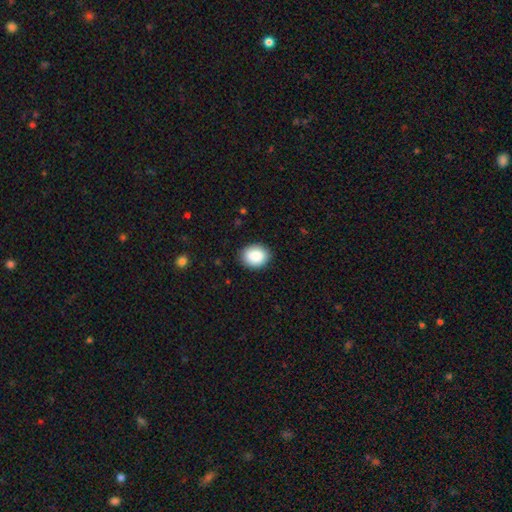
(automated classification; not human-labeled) Smooth or featured: smooth — 88% (star or artifact — 7%)
How rounded: round — 50% (in between — 49%)
Merging: none — 87% (minor disturbance — 9%)